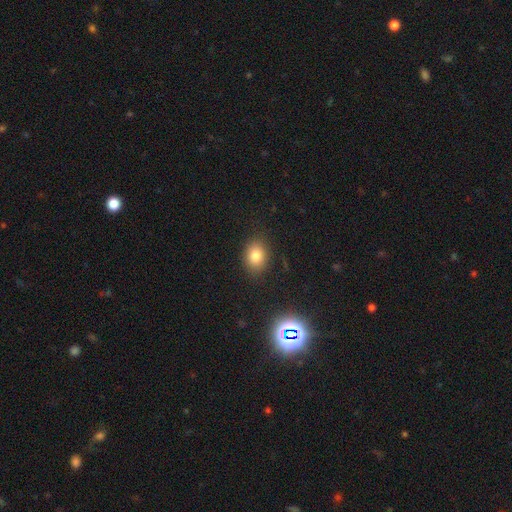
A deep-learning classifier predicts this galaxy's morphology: A smooth galaxy with no disk features (80%) that is in between round and cigar-shaped (63%). Merging: none (85%).